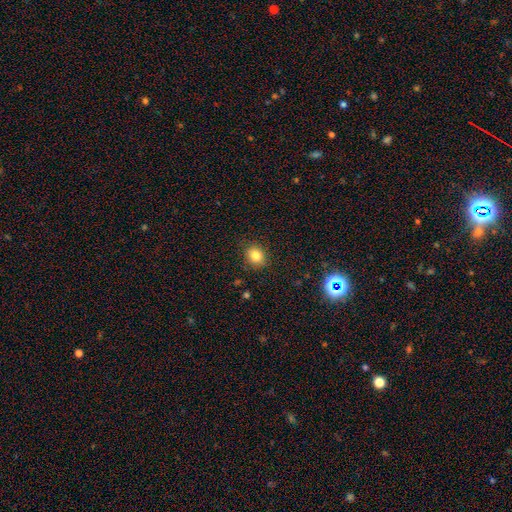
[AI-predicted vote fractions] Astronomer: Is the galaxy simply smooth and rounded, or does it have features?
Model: smooth — 82%.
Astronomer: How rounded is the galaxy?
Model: round — 67%.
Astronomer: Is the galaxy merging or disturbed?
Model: none — 87%.